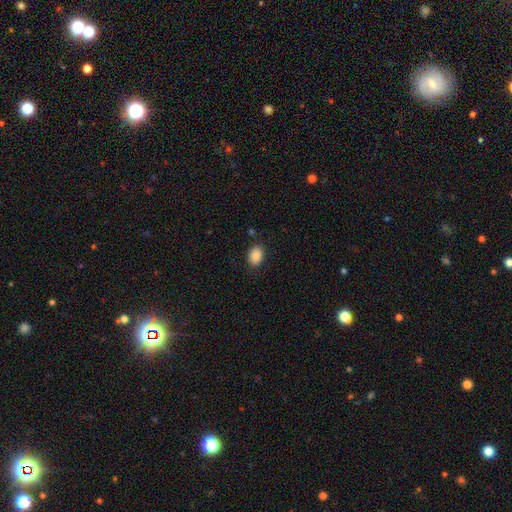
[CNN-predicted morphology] Q: Smooth or featured?
A: smooth (88%); runner-up: star or artifact (8%)
Q: How rounded?
A: in between (75%); runner-up: round (24%)
Q: Merging?
A: none (85%); runner-up: minor disturbance (11%)